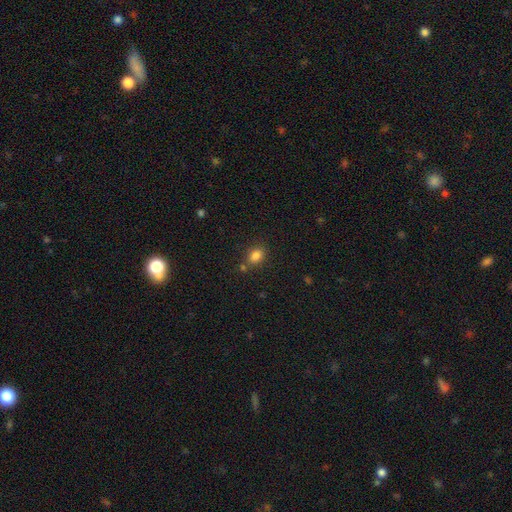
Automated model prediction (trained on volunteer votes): Smooth or featured? smooth (83%)
How rounded? in between (66%)
Merging? none (71%)